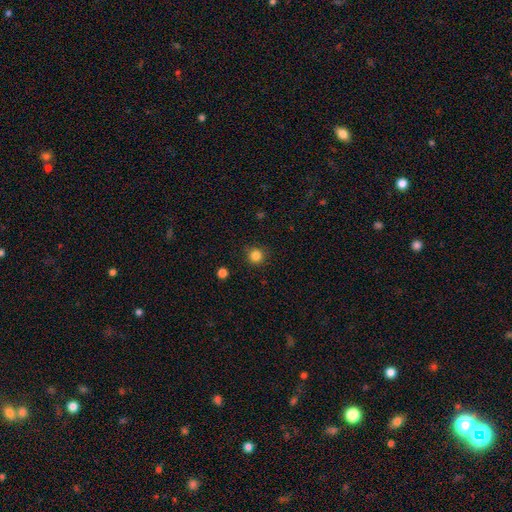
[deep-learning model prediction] Q: Smooth or featured?
A: smooth (84%); runner-up: star or artifact (12%)
Q: How rounded?
A: round (94%); runner-up: in between (5%)
Q: Merging?
A: none (90%); runner-up: minor disturbance (7%)